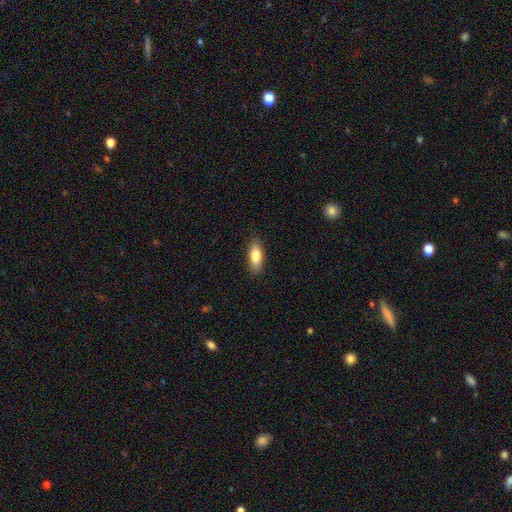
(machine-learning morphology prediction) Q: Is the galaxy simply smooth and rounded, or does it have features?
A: smooth — 80%.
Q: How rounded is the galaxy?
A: in between — 75%.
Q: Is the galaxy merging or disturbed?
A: none — 87%.